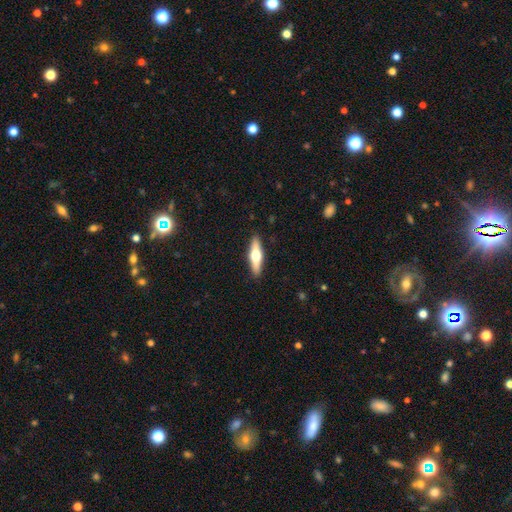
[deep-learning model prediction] smooth-or-featured: featured or disk: 54% | smooth: 41% | star or artifact: 5%
  disk-edge-on: yes: 94% | no: 6%
    edge-on-bulge: rounded: 95% | boxy: 3% | none: 2%
  merging: none: 90% | minor disturbance: 7% | major disturbance: 2% | merger: 1%